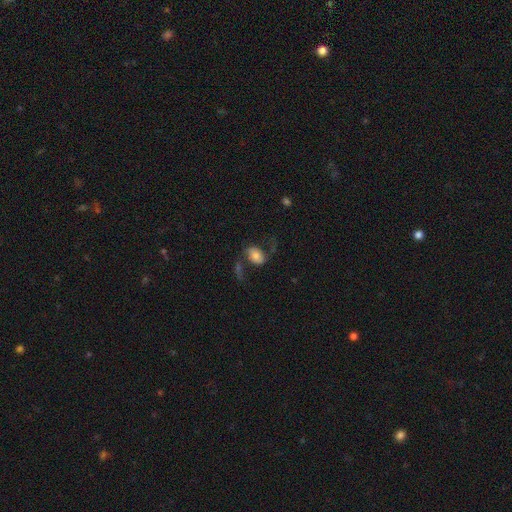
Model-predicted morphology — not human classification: A featured or disk galaxy (53%) with no bar (58%), spiral arms (83%) and a moderate central bulge (47%).

Vote fractions:
- Smooth or featured? featured or disk: 53% / smooth: 38% / star or artifact: 9%
- Edge-on disk? no: 96% / yes: 4%
- Bar? no: 58% / weak: 29% / strong: 13%
- Spiral arms? yes: 83% / no: 17%
- Bulge size? moderate: 47% / small: 26% / large: 17% / dominant: 5% / none: 5%
- Merging? none: 49% / major disturbance: 24% / minor disturbance: 17% / merger: 10%